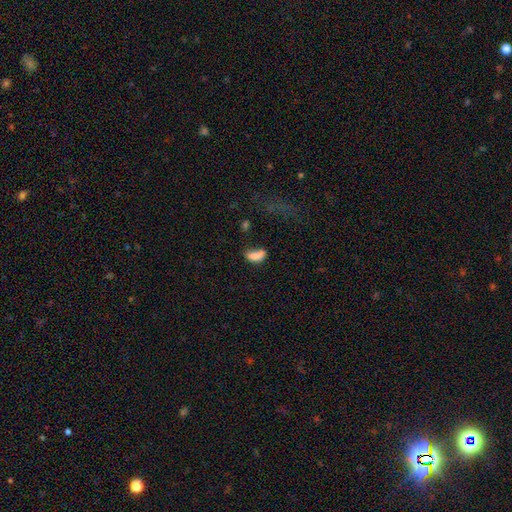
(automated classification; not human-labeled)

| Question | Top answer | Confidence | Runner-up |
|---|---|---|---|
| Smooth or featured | smooth | 77% | featured or disk (13%) |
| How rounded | in between | 85% | cigar-shaped (8%) |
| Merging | none | 31% | minor disturbance (25%) |